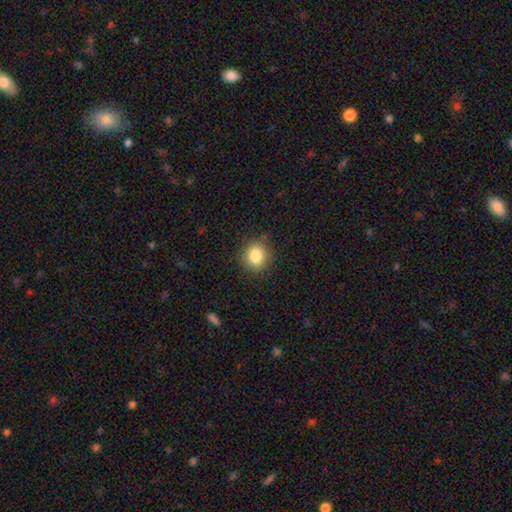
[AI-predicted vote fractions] Smooth or featured? Predicted: smooth (p=0.84). How rounded? Predicted: round (p=0.80). Merging? Predicted: none (p=0.87).